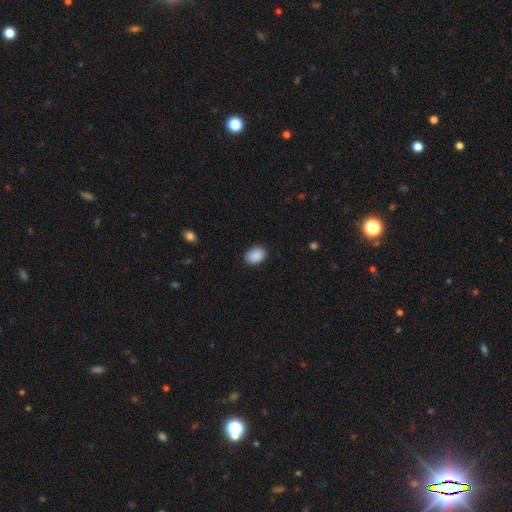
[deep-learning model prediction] Morphology: type=smooth (90%); roundness=in between (80%); merging=none (87%).